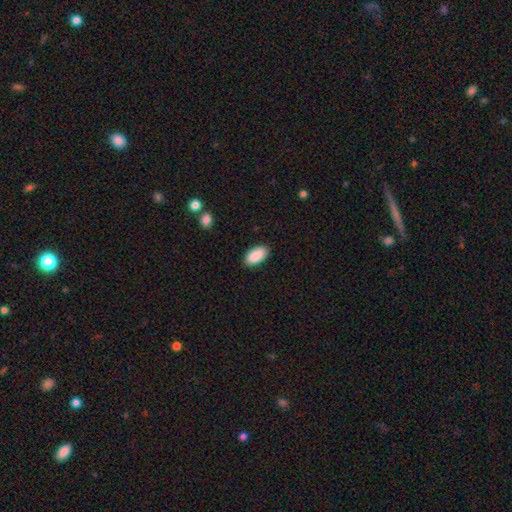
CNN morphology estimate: This is clearly a smooth galaxy (90%). How rounded: clearly in between (94%). Merging: clearly none (86%).